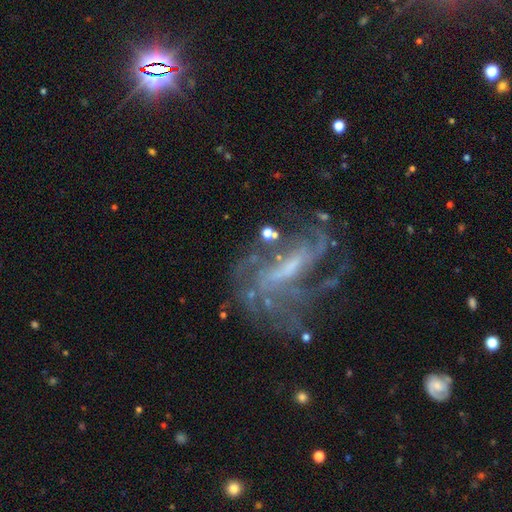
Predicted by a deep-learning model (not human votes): Smooth or featured?
  - featured or disk: 78% *
  - star or artifact: 13%
  - smooth: 9%
Edge-on disk?
  - no: 91% *
  - yes: 9%
Bar?
  - weak: 39% *
  - strong: 37%
  - no: 23%
Spiral arms?
  - yes: 81% *
  - no: 19%
Spiral winding?
  - medium: 39% *
  - tight: 37%
  - loose: 24%
Spiral arm count?
  - can't tell: 45% *
  - 2: 16%
  - 3: 15%
  - 4: 12%
  - more than 4: 7%
  - 1: 6%
Bulge size?
  - small: 39% *
  - none: 30%
  - moderate: 26%
  - large: 4%
  - dominant: 1%
Merging?
  - none: 52% *
  - major disturbance: 26%
  - minor disturbance: 18%
  - merger: 5%